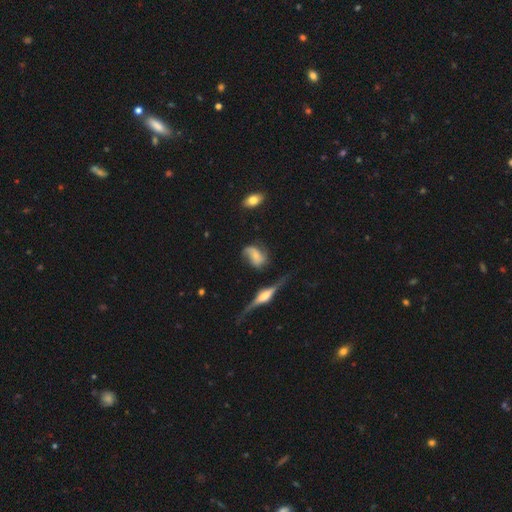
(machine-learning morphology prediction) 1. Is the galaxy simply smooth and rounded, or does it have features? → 67% featured or disk, 25% smooth, 8% star or artifact.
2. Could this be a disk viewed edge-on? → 91% no, 9% yes.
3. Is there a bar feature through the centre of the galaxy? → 61% no, 29% weak, 10% strong.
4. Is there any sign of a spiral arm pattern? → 88% yes, 12% no.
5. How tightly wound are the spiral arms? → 50% loose, 34% medium, 16% tight.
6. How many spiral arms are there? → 79% 2, 8% can't tell, 8% 1, 2% 3, 1% 4, 1% more than 4.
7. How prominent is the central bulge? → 62% small, 25% moderate, 9% none, 3% large, 2% dominant.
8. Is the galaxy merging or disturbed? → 49% none, 26% minor disturbance, 19% major disturbance, 6% merger.